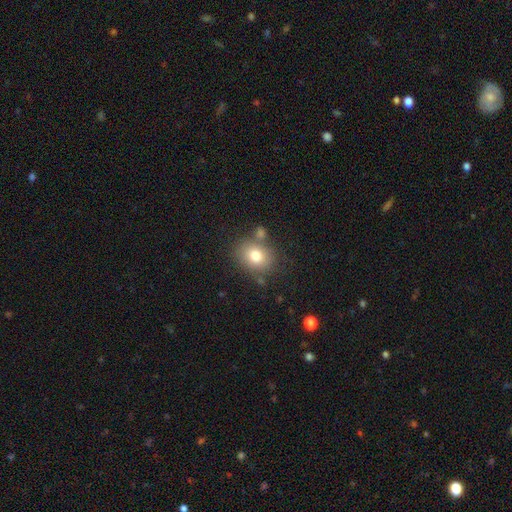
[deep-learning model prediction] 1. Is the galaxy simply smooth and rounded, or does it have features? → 77% smooth, 12% featured or disk, 11% star or artifact.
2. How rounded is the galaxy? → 53% round, 46% in between, 1% cigar-shaped.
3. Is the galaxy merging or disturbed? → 70% none, 13% minor disturbance, 12% merger, 4% major disturbance.